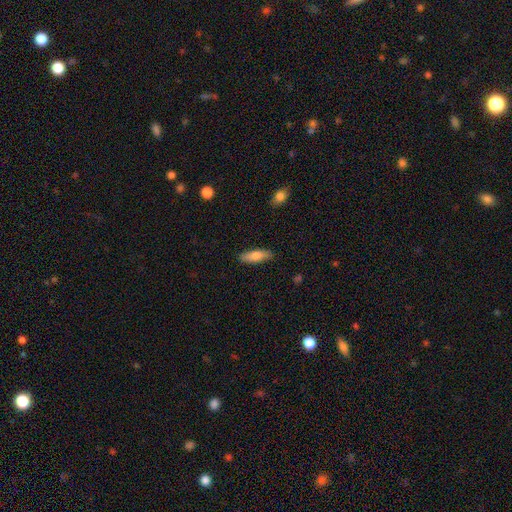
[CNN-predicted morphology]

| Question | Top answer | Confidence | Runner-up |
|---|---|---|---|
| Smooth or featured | smooth | 75% | featured or disk (19%) |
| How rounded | cigar-shaped | 50% | in between (48%) |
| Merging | none | 87% | minor disturbance (10%) |